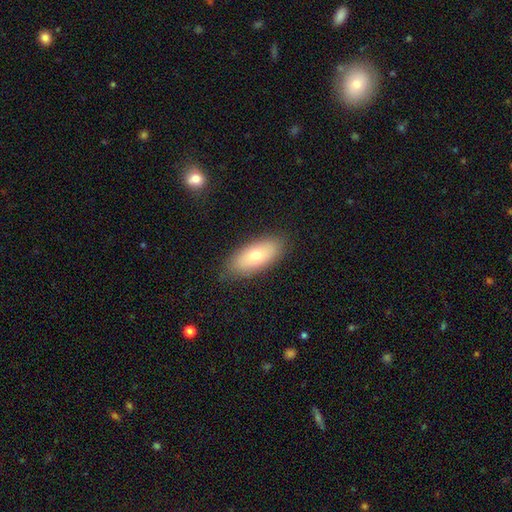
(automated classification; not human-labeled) smooth 71%, featured or disk 22%, star or artifact 7%. Down the decision tree: how rounded — in between (84%); merging — none (85%).